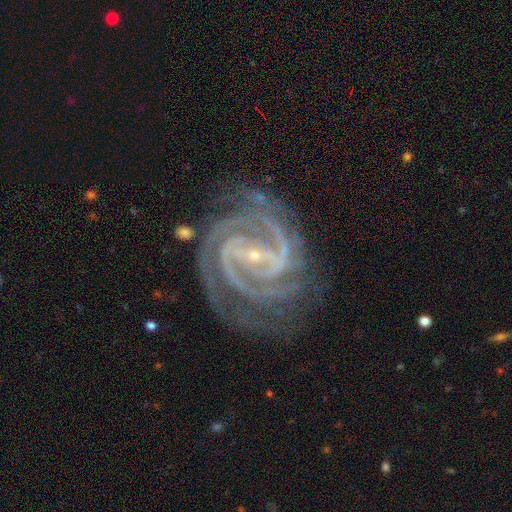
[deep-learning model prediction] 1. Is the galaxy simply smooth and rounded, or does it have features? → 93% featured or disk, 5% star or artifact, 2% smooth.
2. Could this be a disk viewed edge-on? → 98% no, 2% yes.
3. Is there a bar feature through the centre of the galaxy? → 54% strong, 30% weak, 16% no.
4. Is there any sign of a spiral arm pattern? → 99% yes, 1% no.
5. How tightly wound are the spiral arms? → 74% tight, 23% medium, 3% loose.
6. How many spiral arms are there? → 43% 2, 23% 3, 13% 4, 8% can't tell, 7% more than 4, 6% 1.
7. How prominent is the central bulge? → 87% small, 9% moderate, 2% none, 1% large, 1% dominant.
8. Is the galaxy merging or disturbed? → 76% none, 16% minor disturbance, 6% major disturbance, 2% merger.